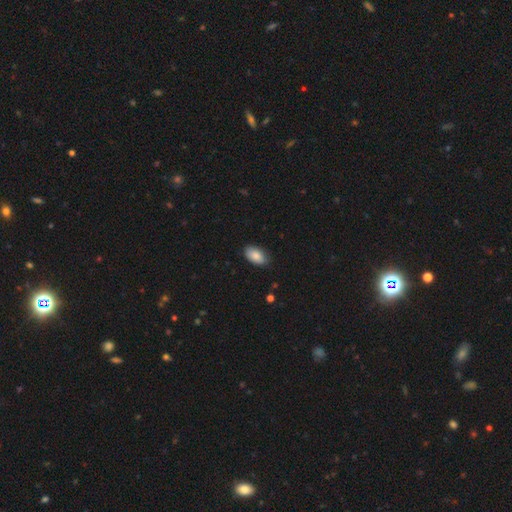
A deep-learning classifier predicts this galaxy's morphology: A smooth galaxy with no disk features (86%) that is in between round and cigar-shaped (94%). Merging: none (83%).